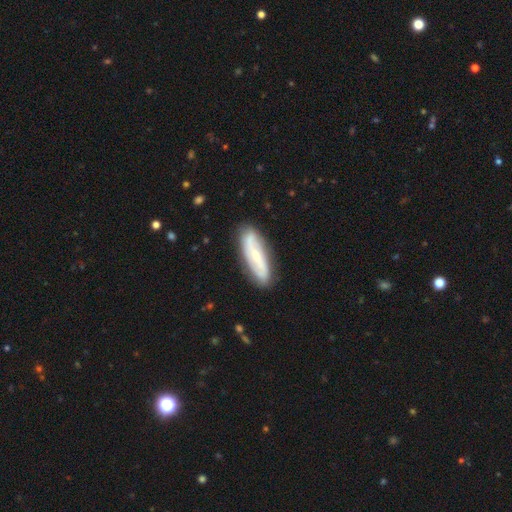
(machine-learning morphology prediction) Overall: featured or disk (66%; smooth 29%). Edge-on disk: no (81%). Bar: no (43%; weak 34%). Spiral arms: yes (82%). Bulge size: small (63%; moderate 31%). Merging: none (85%).